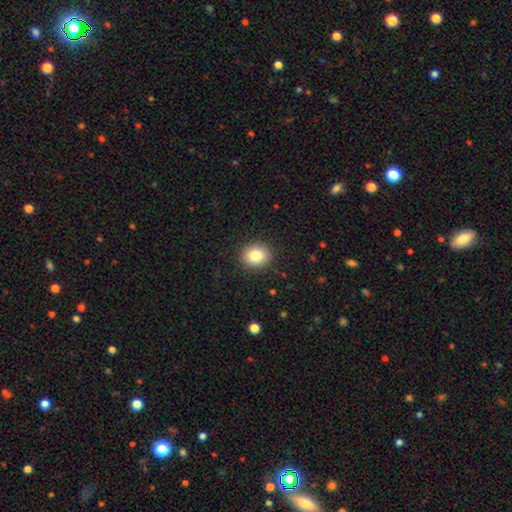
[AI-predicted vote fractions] Smooth or featured?
  - smooth: 83% *
  - star or artifact: 10%
  - featured or disk: 8%
How rounded?
  - round: 67% *
  - in between: 33%
  - cigar-shaped: 1%
Merging?
  - none: 90% *
  - minor disturbance: 7%
  - major disturbance: 2%
  - merger: 1%